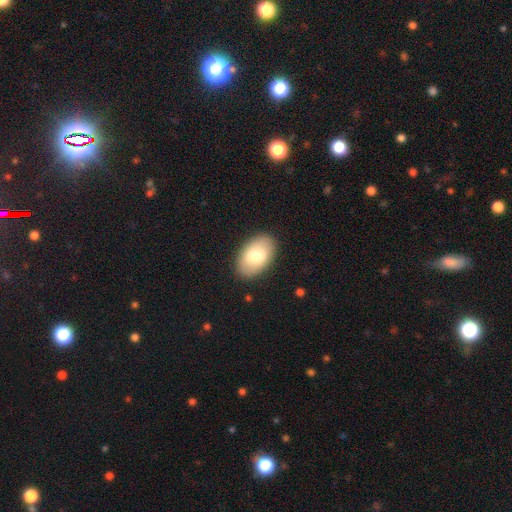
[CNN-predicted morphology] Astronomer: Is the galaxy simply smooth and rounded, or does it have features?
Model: smooth — 74%.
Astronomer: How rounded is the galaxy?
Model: in between — 92%.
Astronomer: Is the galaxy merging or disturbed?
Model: none — 87%.